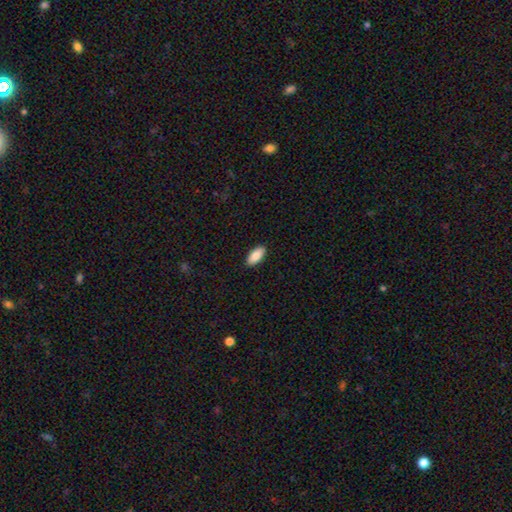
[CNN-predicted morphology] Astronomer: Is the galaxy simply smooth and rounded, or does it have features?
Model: smooth — 88%.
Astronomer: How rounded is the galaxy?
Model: in between — 91%.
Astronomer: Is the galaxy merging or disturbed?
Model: none — 90%.